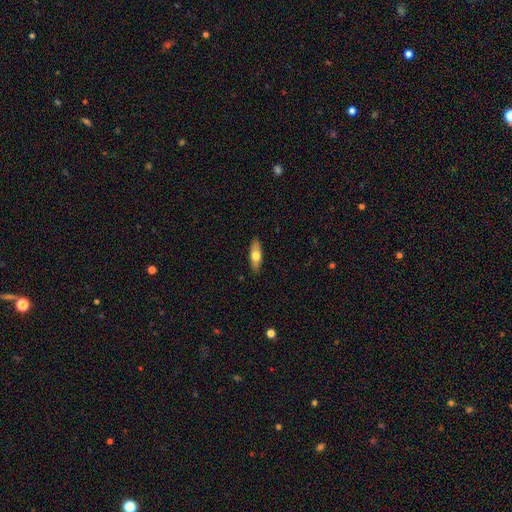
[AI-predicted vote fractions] Smooth or featured? smooth (63%)
How rounded? in between (61%)
Merging? none (88%)